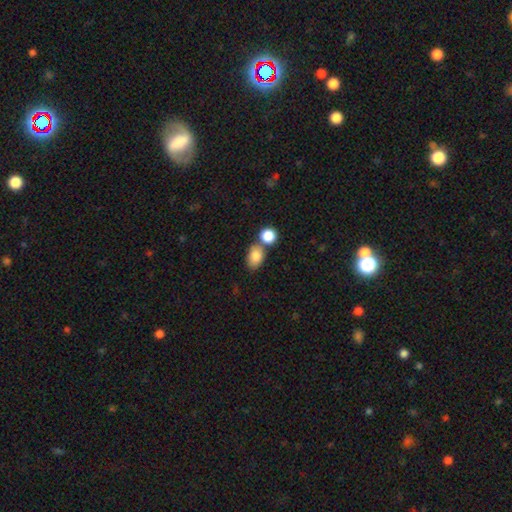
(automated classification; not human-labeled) The model was most divided on "merging": none: 52%, merger: 32%, minor disturbance: 12%, major disturbance: 4%. More confident: smooth or featured — smooth (83%); how rounded — in between (77%).